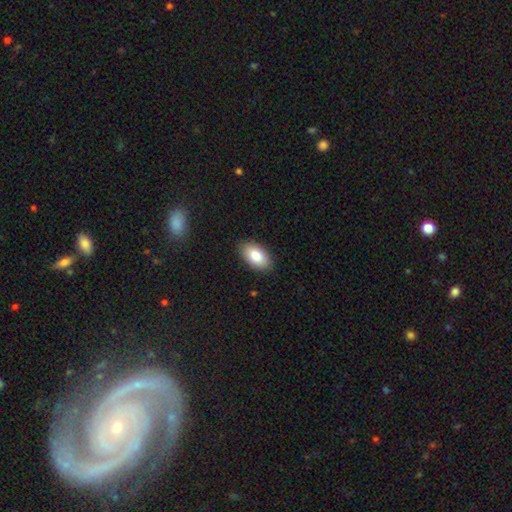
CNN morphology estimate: Smooth or featured: smooth — 85% (featured or disk — 9%)
How rounded: in between — 95% (round — 4%)
Merging: none — 88% (minor disturbance — 9%)